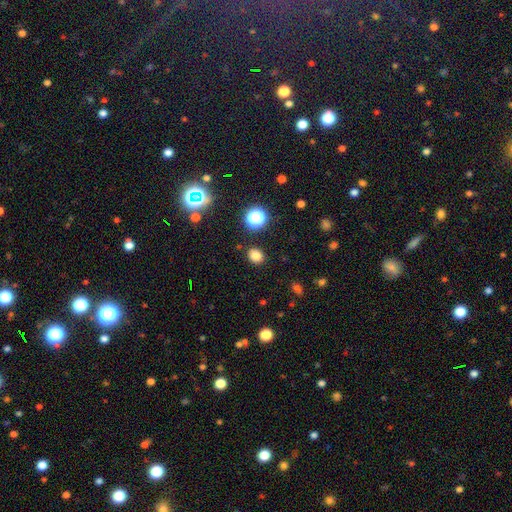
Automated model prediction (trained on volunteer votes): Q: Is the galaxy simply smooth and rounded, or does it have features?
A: smooth — 79%.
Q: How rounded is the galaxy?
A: round — 66%.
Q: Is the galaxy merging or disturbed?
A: none — 88%.